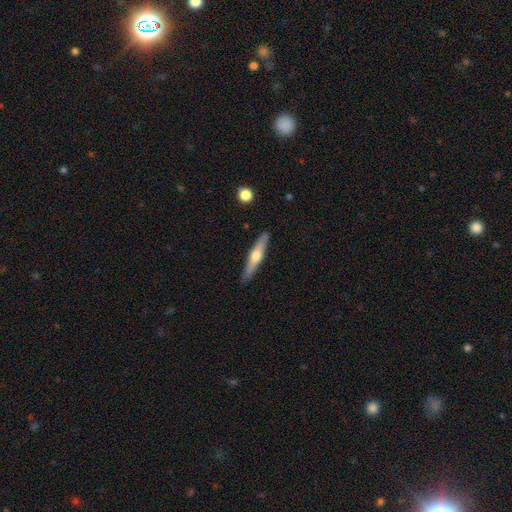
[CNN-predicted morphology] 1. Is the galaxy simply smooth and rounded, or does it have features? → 53% featured or disk, 42% smooth, 5% star or artifact.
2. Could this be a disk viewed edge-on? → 94% yes, 6% no.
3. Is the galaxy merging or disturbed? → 89% none, 8% minor disturbance, 2% major disturbance, 1% merger.